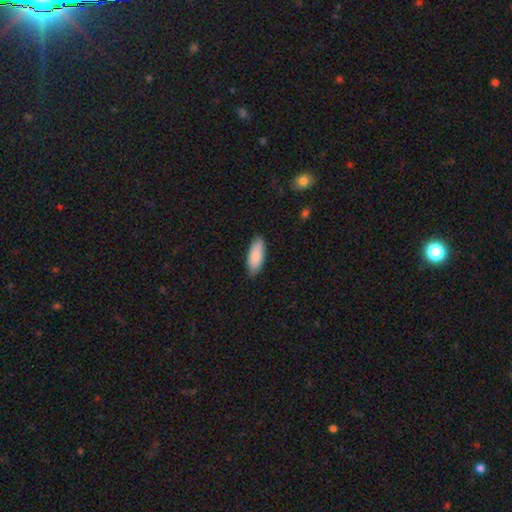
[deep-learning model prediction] A smooth galaxy with no disk features (88%) that is in between round and cigar-shaped (78%).

Vote fractions:
- Smooth or featured? smooth: 88% / featured or disk: 6% / star or artifact: 5%
- How rounded? in between: 78% / cigar-shaped: 20% / round: 2%
- Merging? none: 86% / minor disturbance: 11% / major disturbance: 2% / merger: 1%